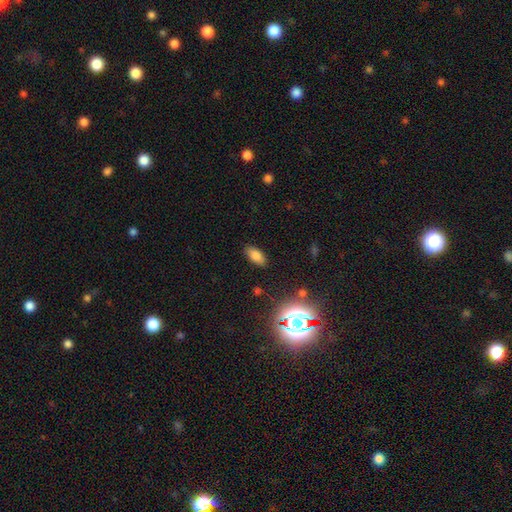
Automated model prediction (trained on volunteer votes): smooth-or-featured: smooth: 79% | star or artifact: 14% | featured or disk: 7%
  how-rounded: in between: 89% | cigar-shaped: 7% | round: 4%
  merging: none: 85% | minor disturbance: 11% | major disturbance: 3% | merger: 2%